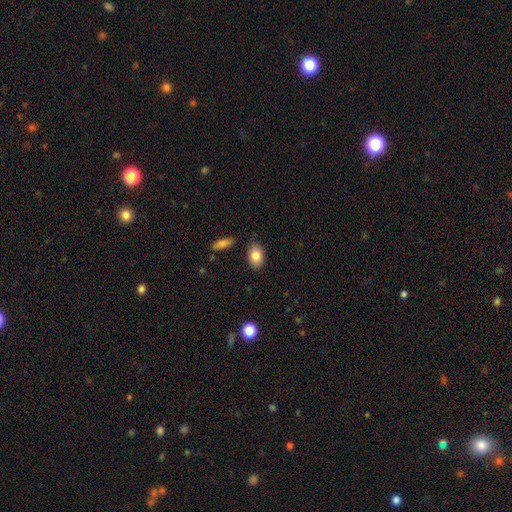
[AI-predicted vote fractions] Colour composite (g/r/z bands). It shows a smooth galaxy with no disk features (84%) that is in between round and cigar-shaped (89%). Merging: none (83%).